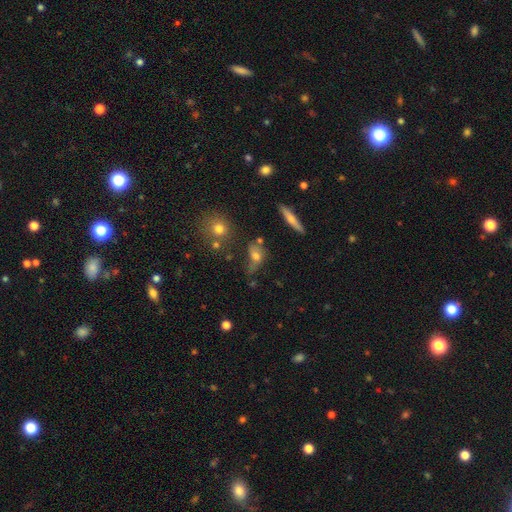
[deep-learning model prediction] Q: Smooth or featured?
A: smooth (56%); runner-up: featured or disk (30%)
Q: How rounded?
A: in between (64%); runner-up: round (26%)
Q: Merging?
A: none (35%); runner-up: minor disturbance (27%)